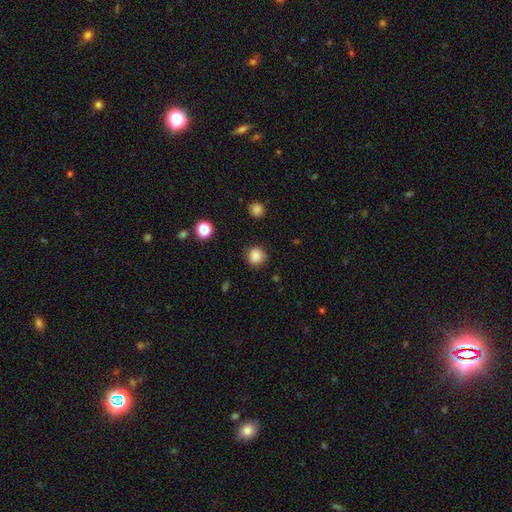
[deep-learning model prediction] Overall: smooth (86%). How rounded: round (90%). Merging: none (85%).